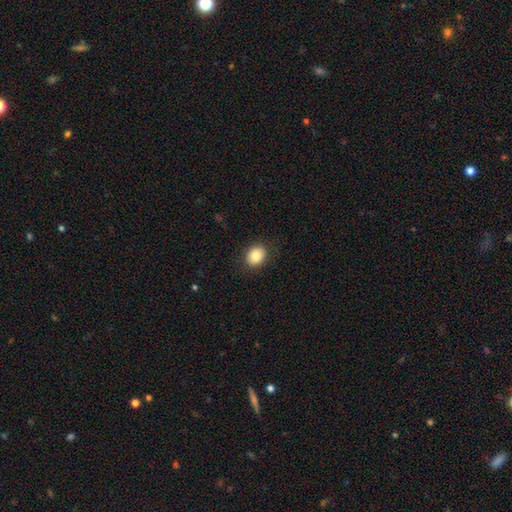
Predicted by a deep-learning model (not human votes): This appears to be a smooth galaxy with no disk features (84%) that is round (59%). Merging: none (87%).